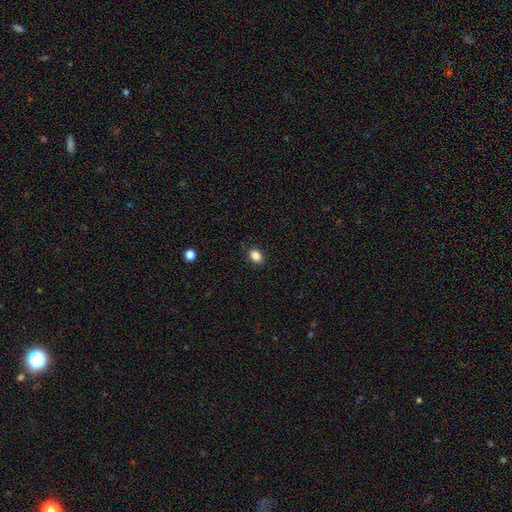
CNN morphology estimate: Smooth or featured: smooth — 85% (star or artifact — 10%)
How rounded: in between — 65% (round — 34%)
Merging: none — 86% (minor disturbance — 10%)